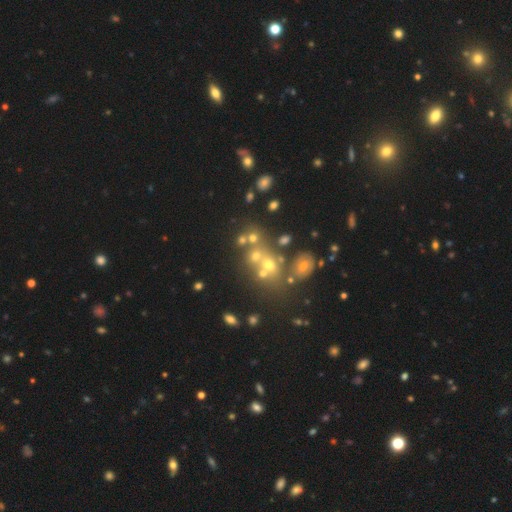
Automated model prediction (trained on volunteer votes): smooth 53%, star or artifact 24%, featured or disk 23%. Down the decision tree: how rounded — round (64%); merging — none (44%).